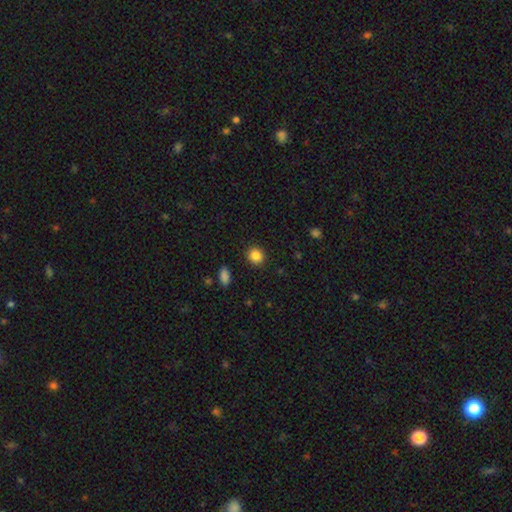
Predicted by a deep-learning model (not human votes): smooth 86%, star or artifact 10%, featured or disk 4%. Down the decision tree: how rounded — round (80%); merging — none (91%).